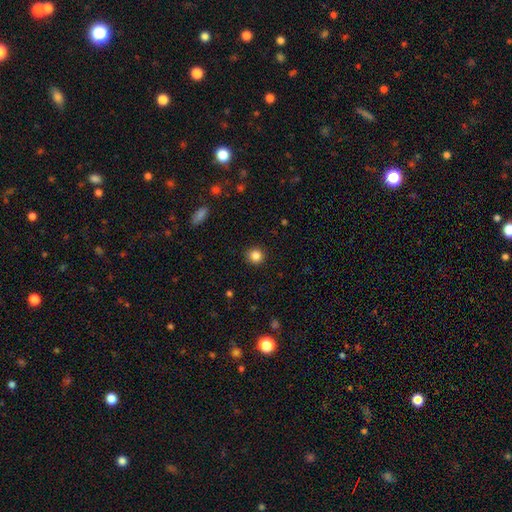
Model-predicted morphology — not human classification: type=smooth (84%); roundness=round (92%); merging=none (91%).